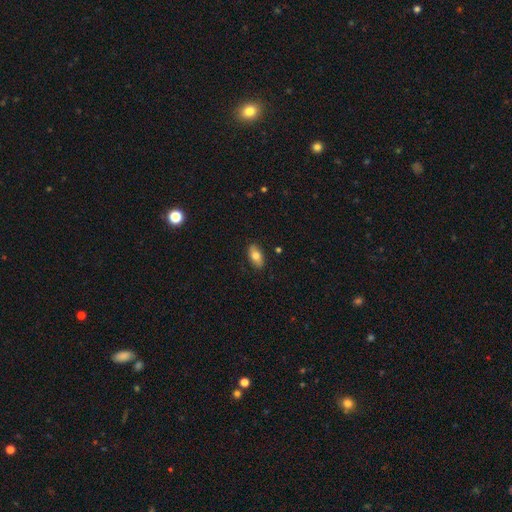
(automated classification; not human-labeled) Smooth or featured: smooth — 76% (featured or disk — 17%)
How rounded: in between — 90% (cigar-shaped — 6%)
Merging: none — 87% (minor disturbance — 10%)